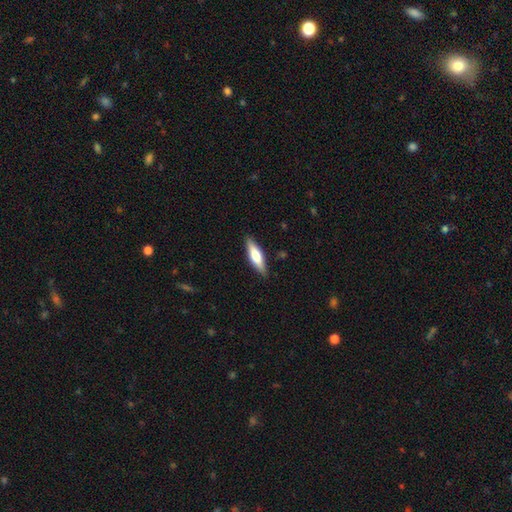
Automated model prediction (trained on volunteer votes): A smooth galaxy with no disk features (56%) that is cigar-shaped (61%).

Vote fractions:
- Smooth or featured? smooth: 56% / featured or disk: 39% / star or artifact: 5%
- How rounded? cigar-shaped: 61% / in between: 37% / round: 2%
- Merging? none: 88% / minor disturbance: 9% / major disturbance: 2% / merger: 1%